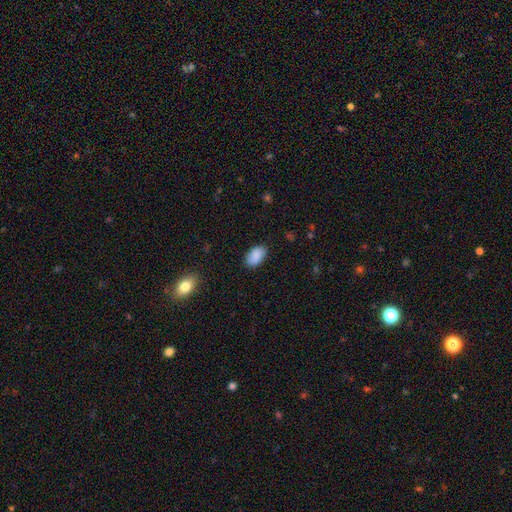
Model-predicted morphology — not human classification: type=smooth (85%); roundness=in between (93%); merging=none (82%).